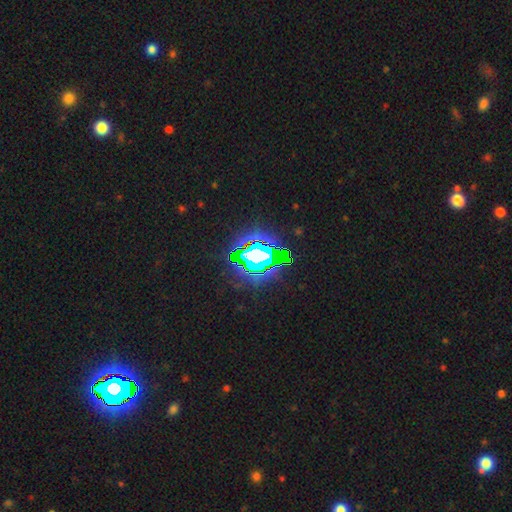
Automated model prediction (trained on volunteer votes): This is likely a star or artifact rather than a galaxy (72%).